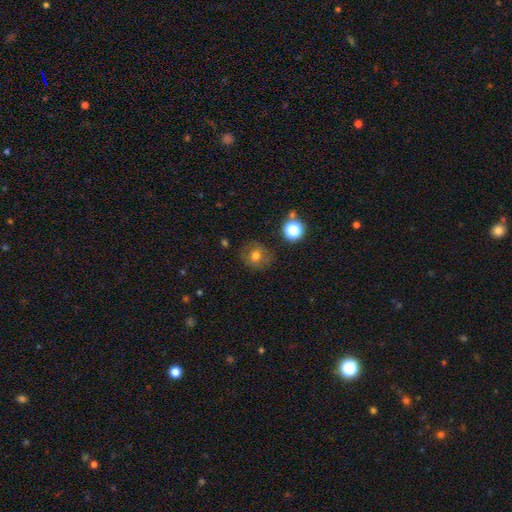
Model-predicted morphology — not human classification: This is likely a smooth galaxy (68%). How rounded: likely round (78%). Merging: likely none (76%).